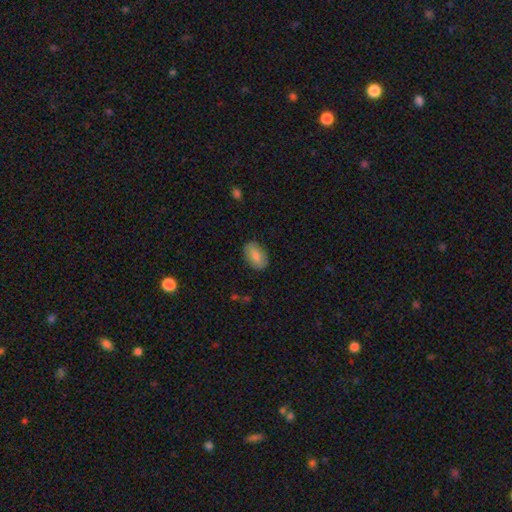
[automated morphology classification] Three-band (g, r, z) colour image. It shows a smooth galaxy with no disk features (81%) that is in between round and cigar-shaped (91%). Merging: none (85%).